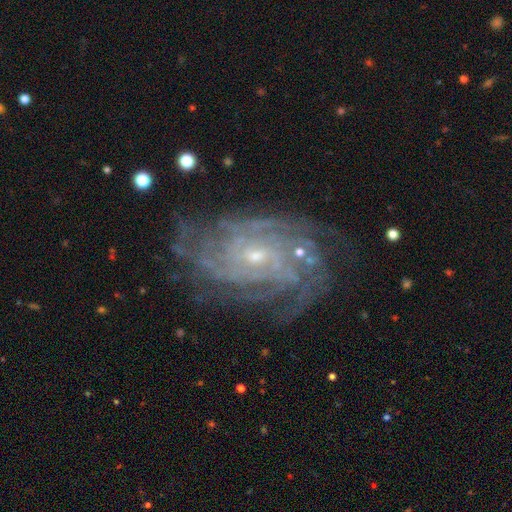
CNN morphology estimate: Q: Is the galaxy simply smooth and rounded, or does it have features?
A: featured or disk — 89%.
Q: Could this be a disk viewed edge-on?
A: no — 97%.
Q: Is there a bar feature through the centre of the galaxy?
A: no — 57%.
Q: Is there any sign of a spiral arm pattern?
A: yes — 97%.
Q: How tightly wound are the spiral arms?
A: tight — 71%.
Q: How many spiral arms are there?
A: can't tell — 30%.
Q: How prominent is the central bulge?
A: small — 72%.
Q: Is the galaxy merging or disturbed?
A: none — 71%.